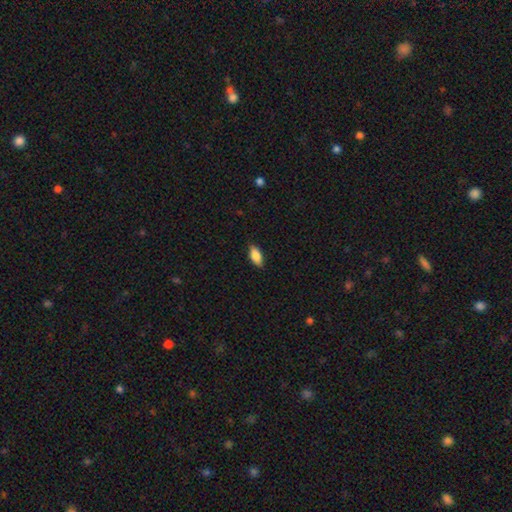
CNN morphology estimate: smooth 84%, featured or disk 10%, star or artifact 7%. Down the decision tree: how rounded — in between (88%); merging — none (86%).